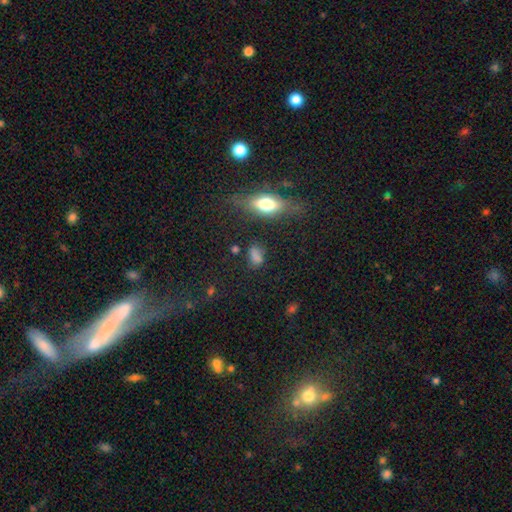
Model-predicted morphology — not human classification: smooth-or-featured: smooth: 70% | star or artifact: 18% | featured or disk: 11%
  how-rounded: in between: 70% | round: 18% | cigar-shaped: 12%
  merging: none: 70% | minor disturbance: 17% | major disturbance: 7% | merger: 5%